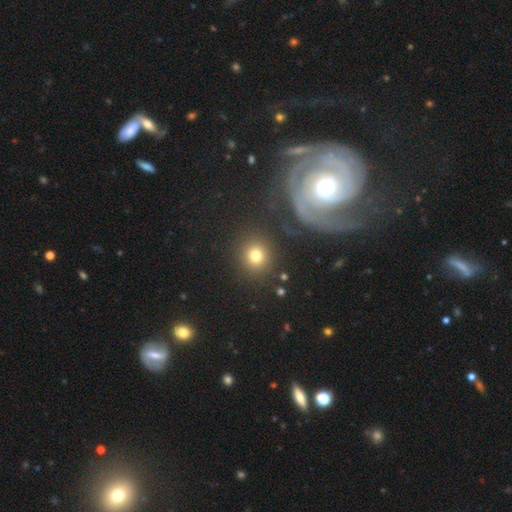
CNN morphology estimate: A smooth galaxy with no disk features (75%) that is round (88%).

Vote fractions:
- Smooth or featured? smooth: 75% / star or artifact: 15% / featured or disk: 10%
- How rounded? round: 88% / in between: 11% / cigar-shaped: 1%
- Merging? none: 85% / minor disturbance: 8% / major disturbance: 4% / merger: 4%